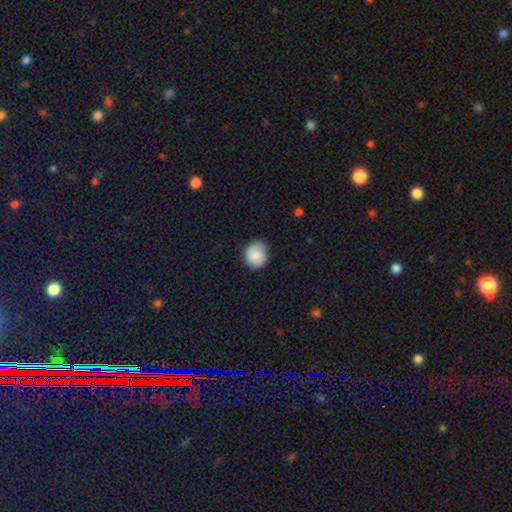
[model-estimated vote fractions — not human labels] This is clearly a smooth galaxy (82%). How rounded: likely round (73%). Merging: likely none (74%).